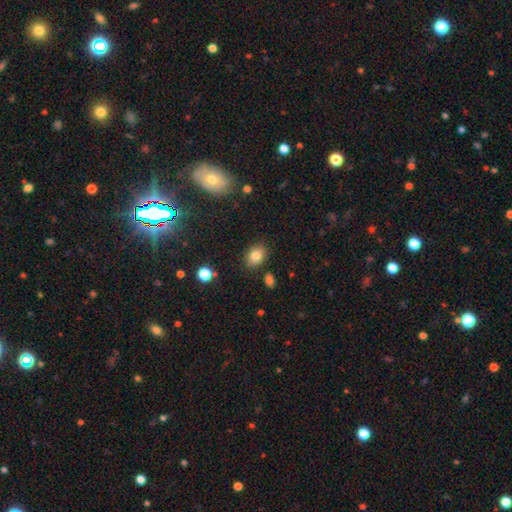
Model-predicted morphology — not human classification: Overall: smooth (82%). How rounded: in between (68%; round 31%). Merging: none (84%).